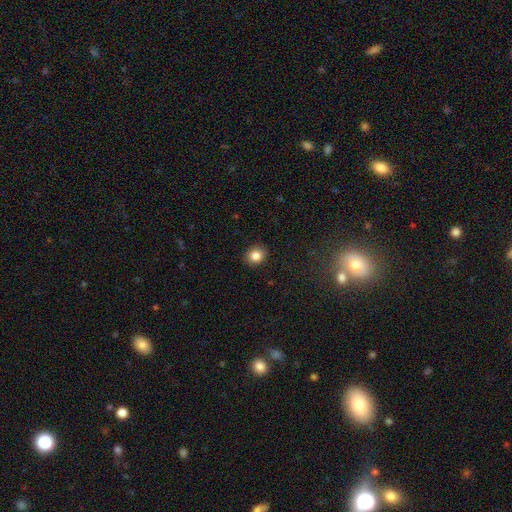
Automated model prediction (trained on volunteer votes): The model was most divided on "how rounded": round: 72%, in between: 27%, cigar-shaped: 1%. More confident: merging — none (90%); smooth or featured — smooth (84%).